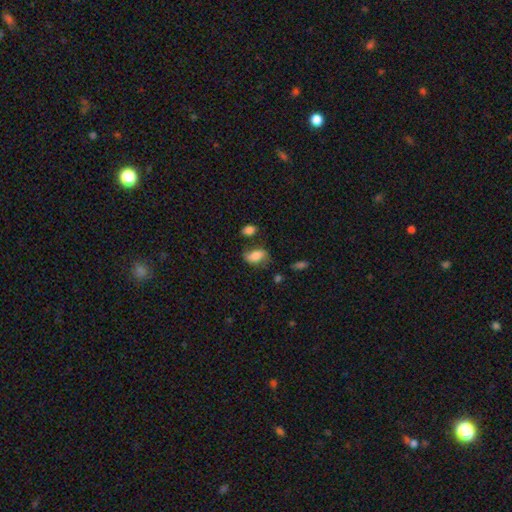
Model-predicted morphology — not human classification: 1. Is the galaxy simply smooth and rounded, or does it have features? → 65% smooth, 26% featured or disk, 9% star or artifact.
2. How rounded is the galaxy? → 86% in between, 11% round, 3% cigar-shaped.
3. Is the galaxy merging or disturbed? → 56% none, 26% minor disturbance, 10% major disturbance, 8% merger.